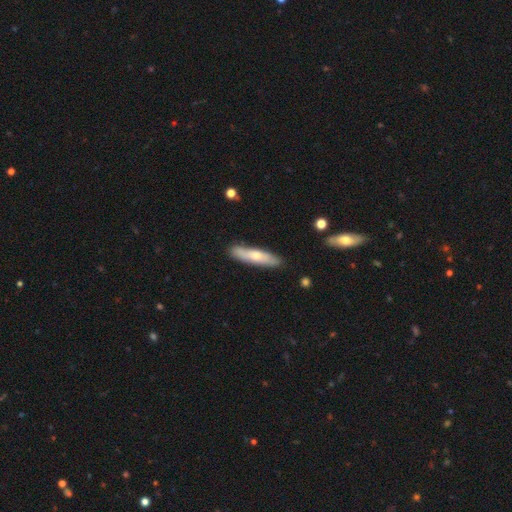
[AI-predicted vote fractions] Q: Smooth or featured?
A: smooth (55%); runner-up: featured or disk (40%)
Q: How rounded?
A: cigar-shaped (76%); runner-up: in between (23%)
Q: Merging?
A: none (85%); runner-up: minor disturbance (11%)